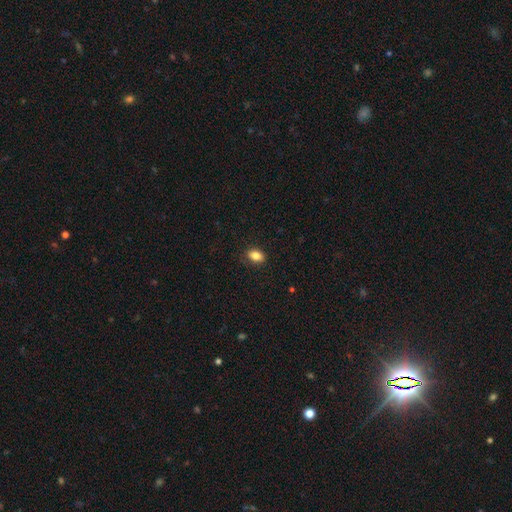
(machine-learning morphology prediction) Smooth or featured? smooth (85%)
How rounded? in between (82%)
Merging? none (84%)